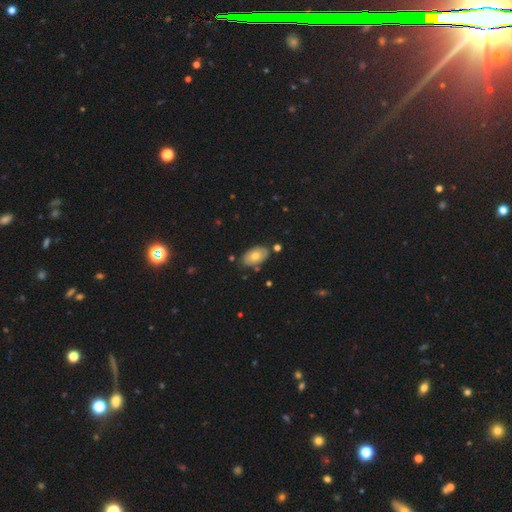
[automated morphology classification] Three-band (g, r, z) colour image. It shows a smooth galaxy with no disk features (67%) that is in between round and cigar-shaped (92%). Merging: none (75%).